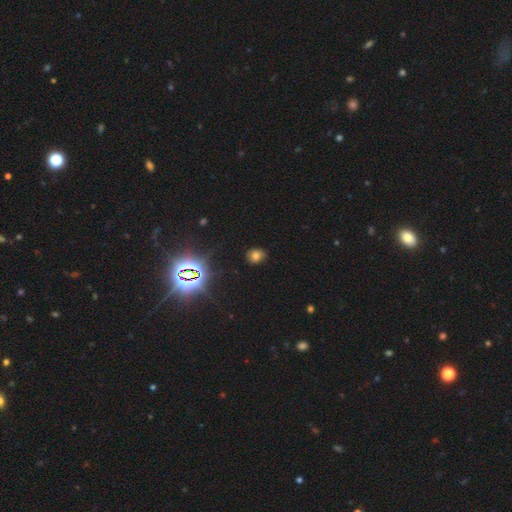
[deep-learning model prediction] smooth 66%, star or artifact 26%, featured or disk 8%. Down the decision tree: how rounded — round (67%); merging — none (83%).